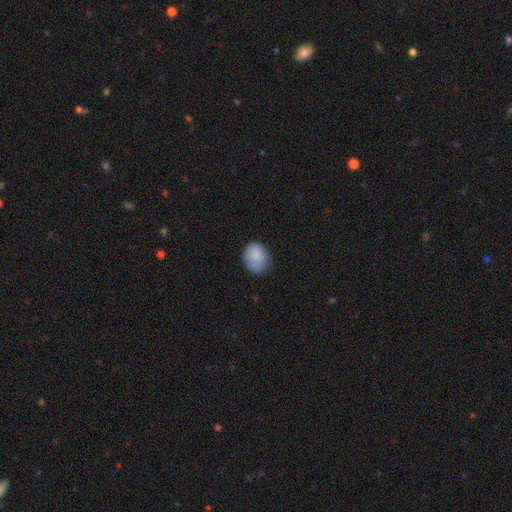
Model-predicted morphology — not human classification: A smooth galaxy with no disk features (84%) that is in between round and cigar-shaped (57%).

Vote fractions:
- Smooth or featured? smooth: 84% / featured or disk: 8% / star or artifact: 7%
- How rounded? in between: 57% / round: 42% / cigar-shaped: 1%
- Merging? none: 59% / minor disturbance: 31% / major disturbance: 8% / merger: 1%